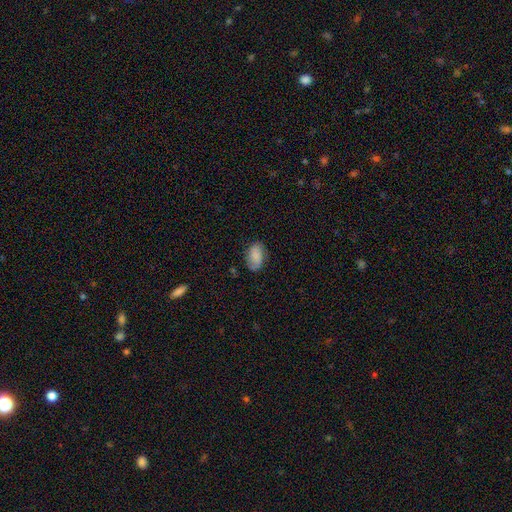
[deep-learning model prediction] smooth-or-featured: smooth: 80% | featured or disk: 12% | star or artifact: 7%
  how-rounded: in between: 91% | round: 7% | cigar-shaped: 1%
  merging: none: 75% | minor disturbance: 19% | major disturbance: 5% | merger: 1%